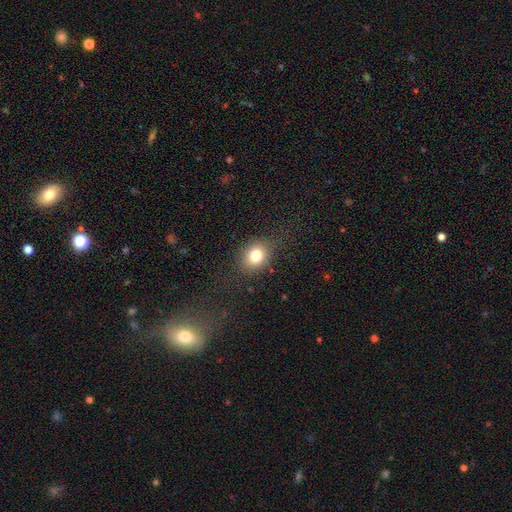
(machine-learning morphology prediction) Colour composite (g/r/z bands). It shows a smooth galaxy with no disk features (78%) that is round (59%). Merging: none (78%).